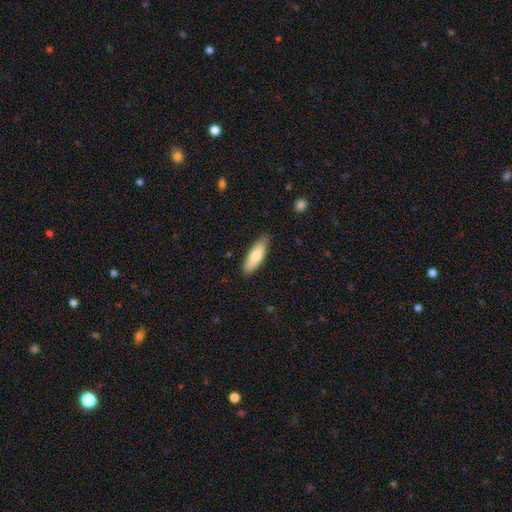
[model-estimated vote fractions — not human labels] smooth 75%, featured or disk 20%, star or artifact 6%. Down the decision tree: how rounded — in between (55%); merging — none (86%).